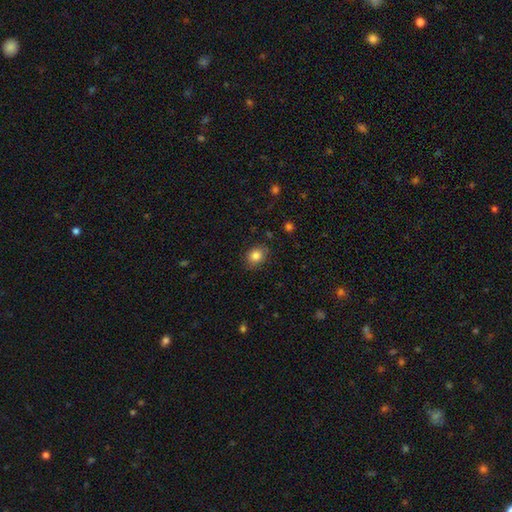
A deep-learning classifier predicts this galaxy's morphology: This is clearly a smooth galaxy (84%). How rounded: possibly round (52%). Merging: clearly none (84%).